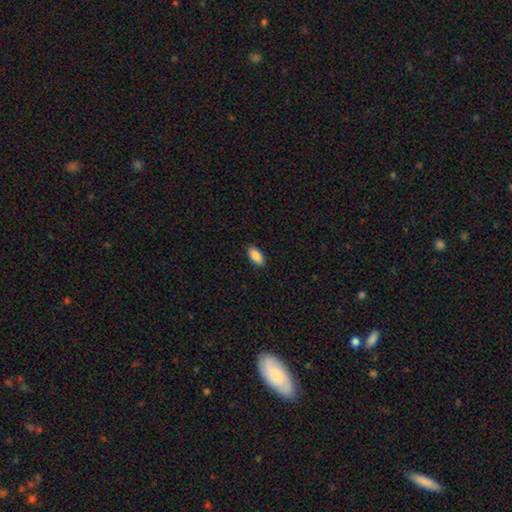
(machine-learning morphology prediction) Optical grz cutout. It shows a smooth galaxy with no disk features (89%) that is in between round and cigar-shaped (91%). Merging: none (89%).